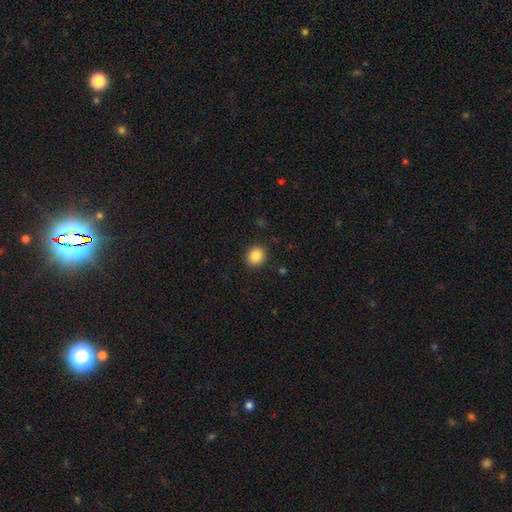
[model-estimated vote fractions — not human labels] This is clearly a smooth galaxy (86%). How rounded: likely round (79%). Merging: clearly none (90%).